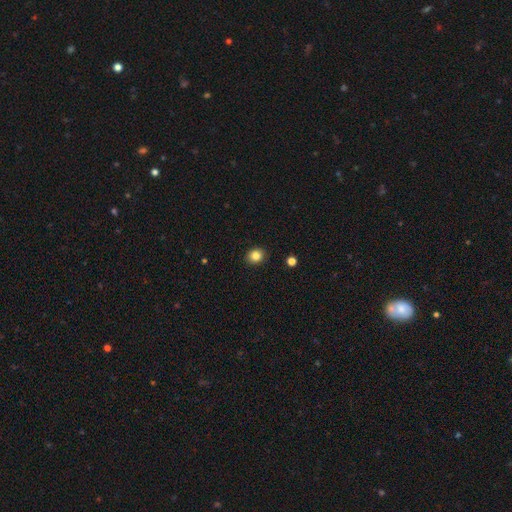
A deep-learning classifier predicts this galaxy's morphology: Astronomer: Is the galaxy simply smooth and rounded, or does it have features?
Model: smooth — 84%.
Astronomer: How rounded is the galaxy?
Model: round — 66%.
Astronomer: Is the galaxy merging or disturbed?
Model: none — 91%.